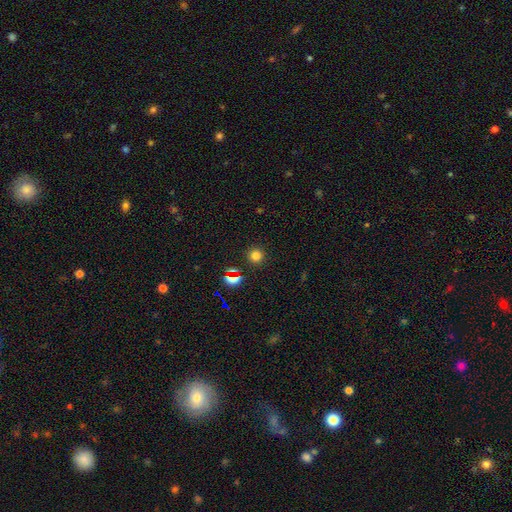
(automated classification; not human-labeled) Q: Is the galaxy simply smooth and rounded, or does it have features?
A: smooth — 75%.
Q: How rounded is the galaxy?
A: round — 94%.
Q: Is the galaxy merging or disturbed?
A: none — 90%.